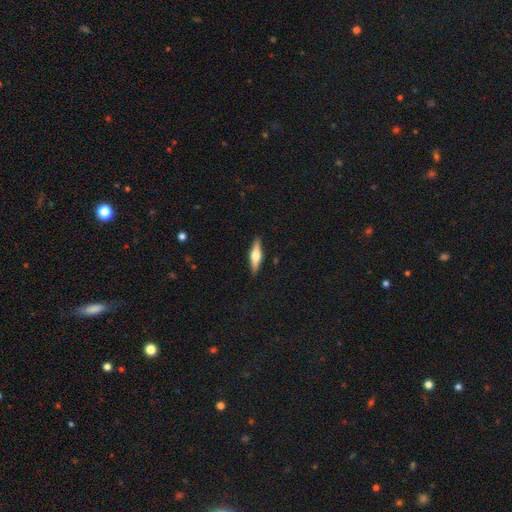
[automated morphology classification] Overall: featured or disk (58%; smooth 36%). Edge-on disk: yes (96%). Edge-on bulge: rounded (93%). Merging: none (90%).